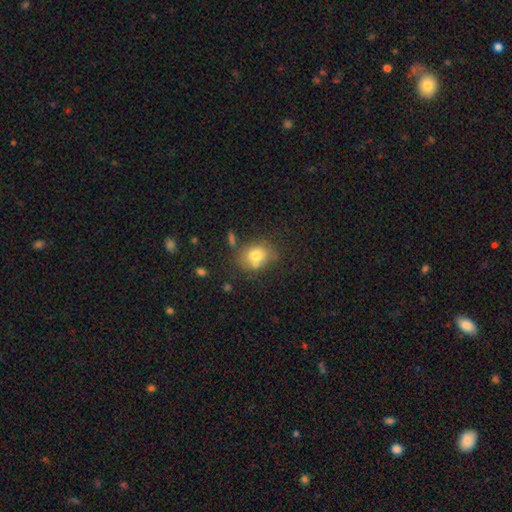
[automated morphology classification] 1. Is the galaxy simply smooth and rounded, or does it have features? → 75% smooth, 15% featured or disk, 10% star or artifact.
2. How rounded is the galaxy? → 54% in between, 45% round, 1% cigar-shaped.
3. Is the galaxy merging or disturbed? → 59% none, 18% minor disturbance, 18% merger, 6% major disturbance.